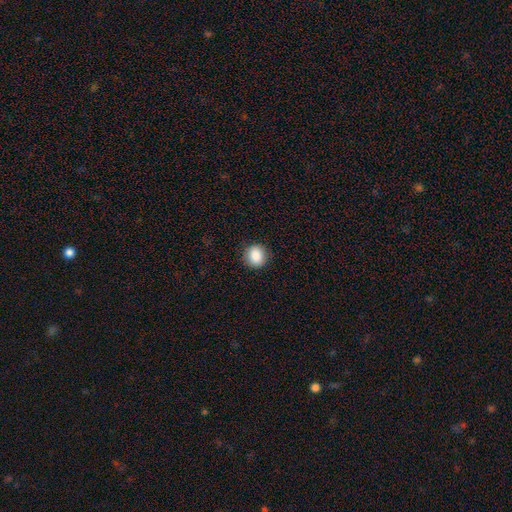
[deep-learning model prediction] A smooth galaxy with no disk features (86%) that is round (83%). Merging: none (89%).